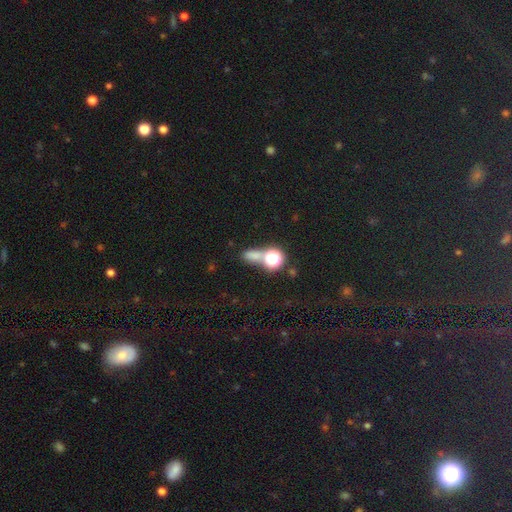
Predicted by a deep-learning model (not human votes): Overall: smooth (59%; star or artifact 33%). How rounded: round (46%, tied with in between). Merging: none (53%; merger 28%).